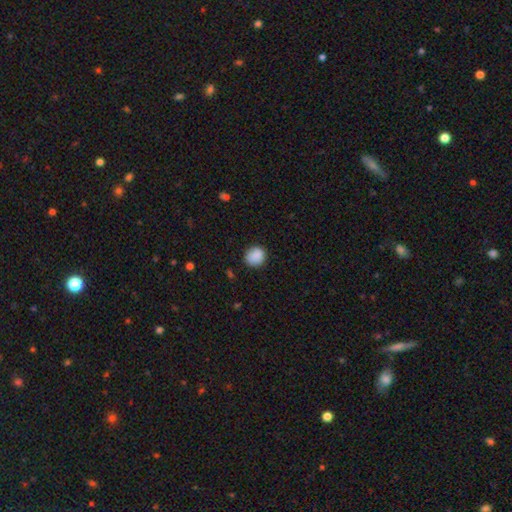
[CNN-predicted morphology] Smooth or featured: smooth — 88% (star or artifact — 8%)
How rounded: round — 80% (in between — 19%)
Merging: none — 83% (minor disturbance — 13%)